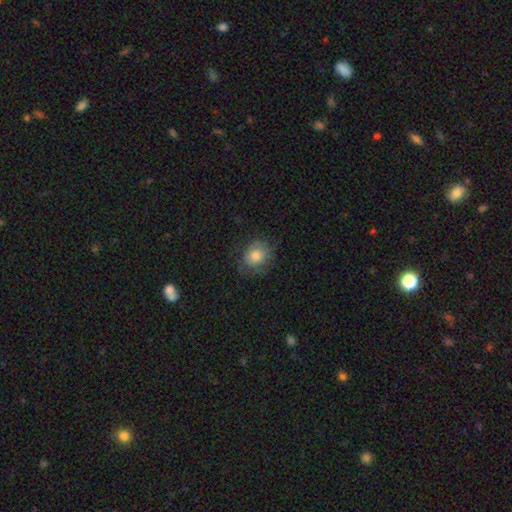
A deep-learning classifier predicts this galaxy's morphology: smooth_or_featured: smooth (p=0.75) [alt: featured or disk p=0.16]
how_rounded: round (p=0.71) [alt: in between p=0.28]
merging: none (p=0.68) [alt: minor disturbance p=0.21]